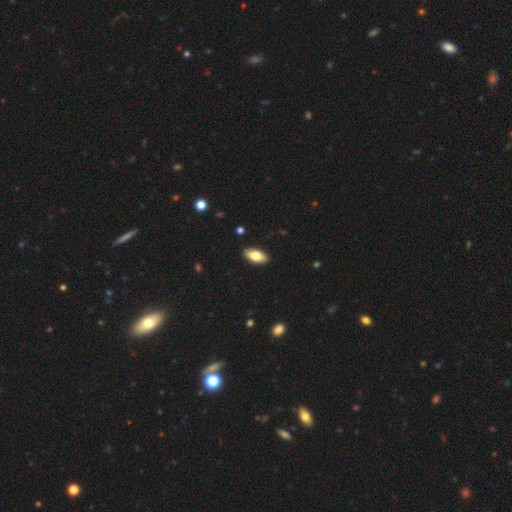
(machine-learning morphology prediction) Smooth or featured?
  - smooth: 75% *
  - featured or disk: 19%
  - star or artifact: 6%
How rounded?
  - in between: 86% *
  - cigar-shaped: 12%
  - round: 3%
Merging?
  - none: 90% *
  - minor disturbance: 7%
  - major disturbance: 2%
  - merger: 1%